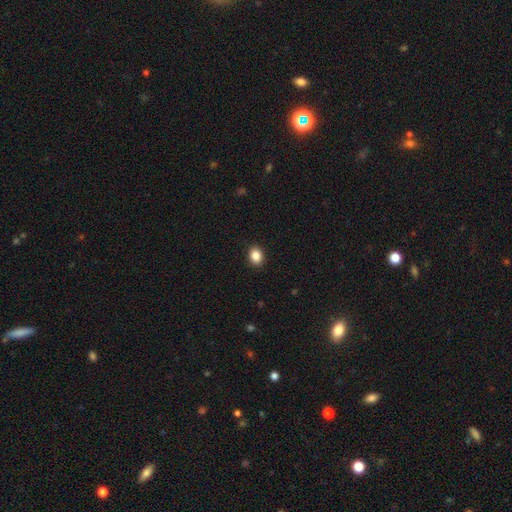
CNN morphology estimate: smooth 87%, star or artifact 9%, featured or disk 4%. Down the decision tree: how rounded — in between (52%); merging — none (91%).